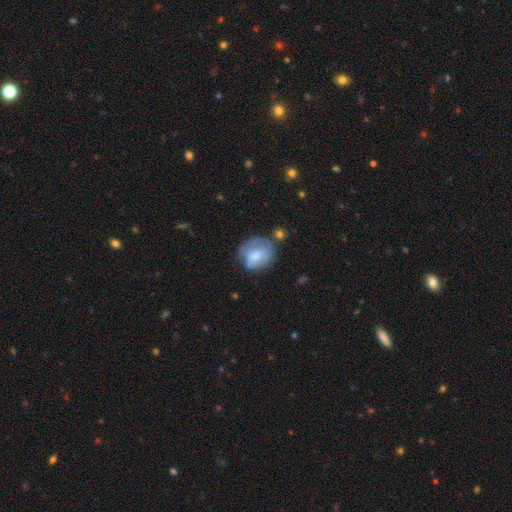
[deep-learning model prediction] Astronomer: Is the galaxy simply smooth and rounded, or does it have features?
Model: smooth — 60%.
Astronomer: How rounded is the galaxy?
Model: round — 60% (runner-up: in between, 39%).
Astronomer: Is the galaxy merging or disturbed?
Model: none — 47% (runner-up: minor disturbance, 30%).